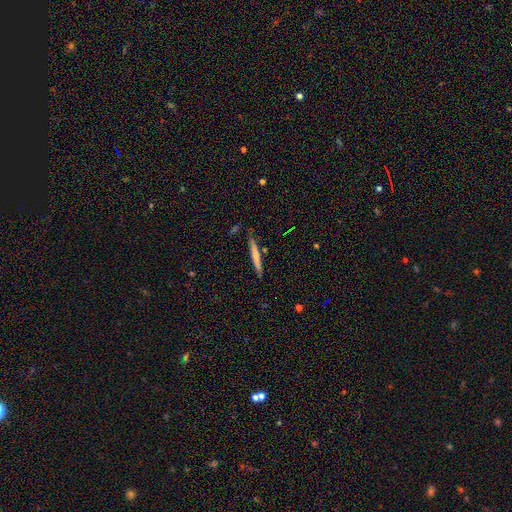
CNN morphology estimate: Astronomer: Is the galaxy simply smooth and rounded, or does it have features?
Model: smooth — 59% (runner-up: featured or disk, 35%).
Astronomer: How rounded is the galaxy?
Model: cigar-shaped — 96%.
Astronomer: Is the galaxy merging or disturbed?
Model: none — 86%.